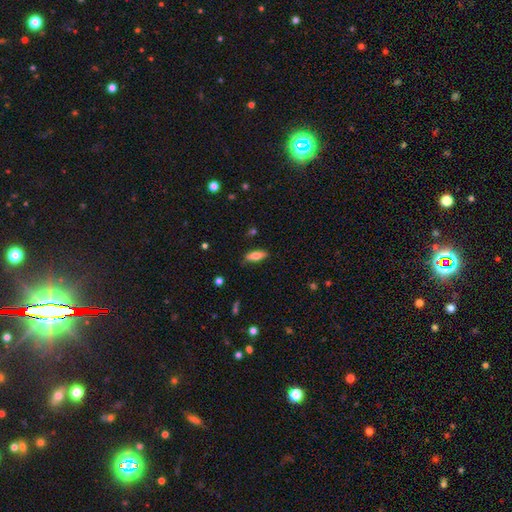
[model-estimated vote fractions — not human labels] Q: Smooth or featured?
A: smooth (75%); runner-up: featured or disk (18%)
Q: How rounded?
A: in between (64%); runner-up: cigar-shaped (34%)
Q: Merging?
A: none (79%); runner-up: minor disturbance (16%)